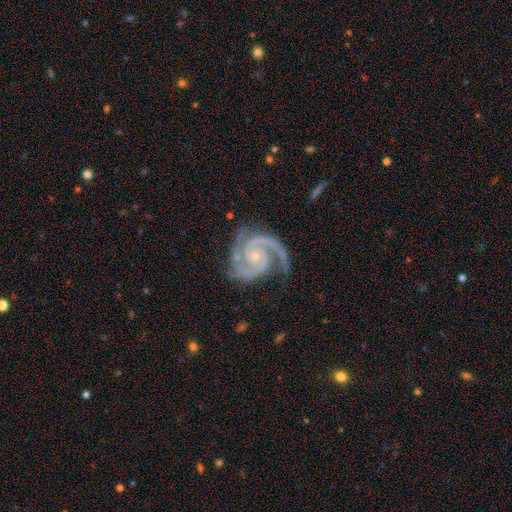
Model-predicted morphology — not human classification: Overall: featured or disk (94%). Edge-on disk: no (98%). Bar: no (70%). Spiral arms: yes (99%). Spiral arm count: 2 (76%). Spiral winding: tight (53%; medium 43%). Bulge size: small (73%). Merging: none (73%).